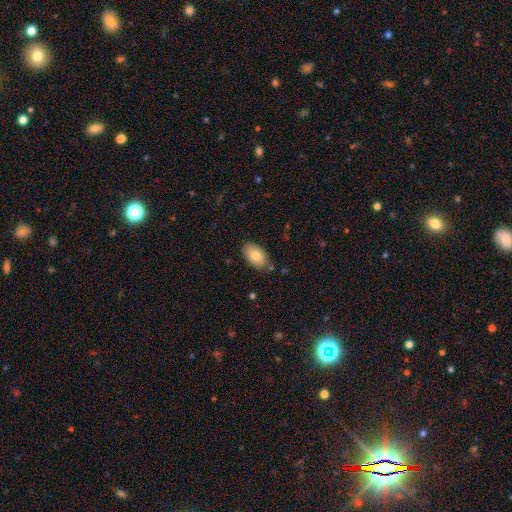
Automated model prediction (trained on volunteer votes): A smooth galaxy with no disk features (82%) that is in between round and cigar-shaped (94%).

Vote fractions:
- Smooth or featured? smooth: 82% / featured or disk: 12% / star or artifact: 6%
- How rounded? in between: 94% / round: 4% / cigar-shaped: 2%
- Merging? none: 81% / minor disturbance: 14% / major disturbance: 3% / merger: 2%